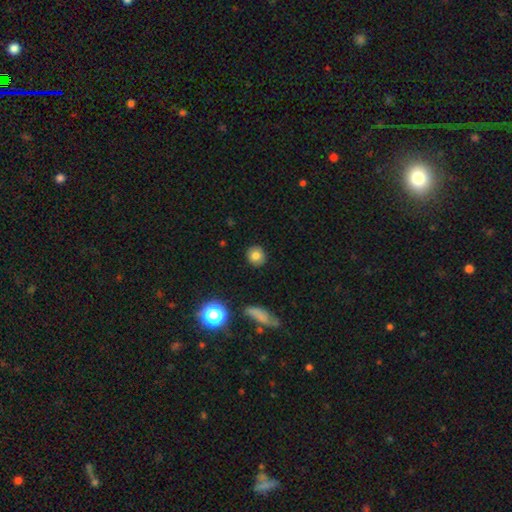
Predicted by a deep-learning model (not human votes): Smooth or featured? Predicted: smooth (p=0.80). How rounded? Predicted: round (p=0.87). Merging? Predicted: none (p=0.90).